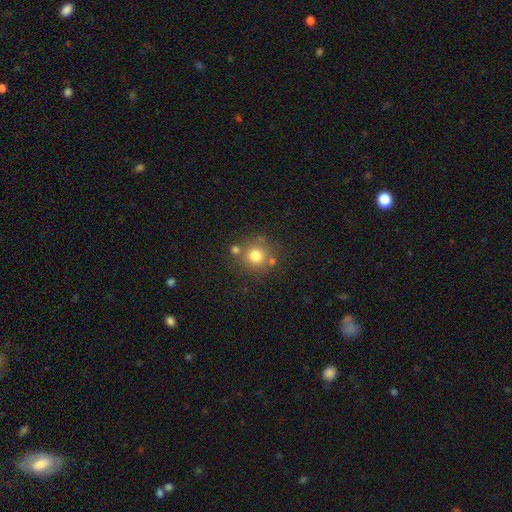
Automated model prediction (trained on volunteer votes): smooth_or_featured: smooth (p=0.76) [alt: star or artifact p=0.14]
how_rounded: round (p=0.91) [alt: in between p=0.08]
merging: none (p=0.72) [alt: merger p=0.14]